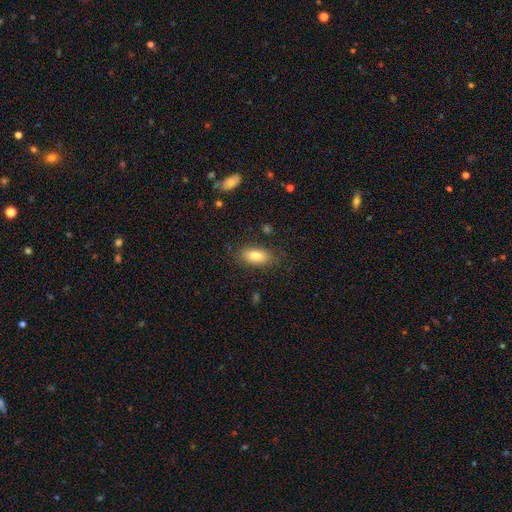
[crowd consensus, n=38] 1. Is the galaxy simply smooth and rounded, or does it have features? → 76% smooth, 16% featured or disk, 8% star or artifact.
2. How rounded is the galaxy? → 93% in between, 7% cigar-shaped, 0% round.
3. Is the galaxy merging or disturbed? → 89% none, 9% minor disturbance, 3% major disturbance, 0% merger.